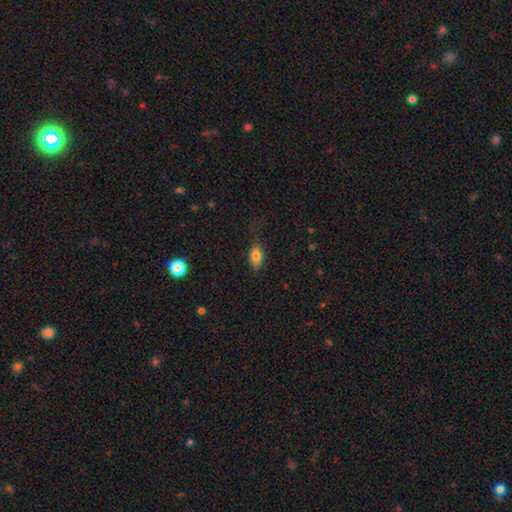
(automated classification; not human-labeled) smooth-or-featured: smooth: 80% | featured or disk: 11% | star or artifact: 9%
  how-rounded: in between: 87% | cigar-shaped: 7% | round: 6%
  merging: none: 75% | minor disturbance: 19% | major disturbance: 5% | merger: 1%